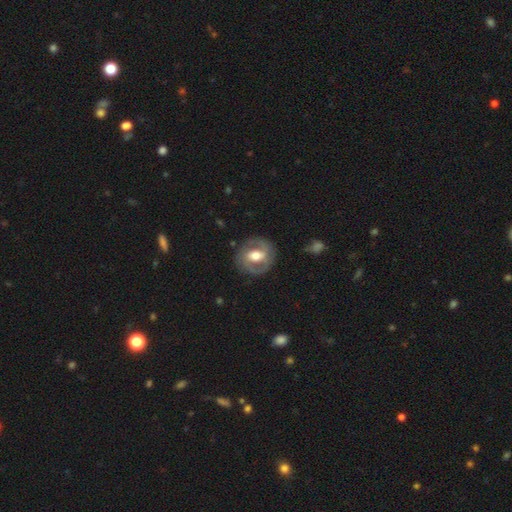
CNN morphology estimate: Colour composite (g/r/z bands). It shows a featured or disk galaxy (71%) with a weak bar (41%), spiral arms (70%) and a moderate central bulge (71%). Merging: none (83%).